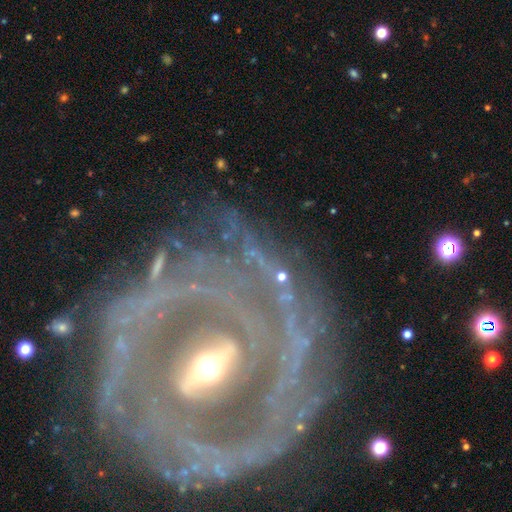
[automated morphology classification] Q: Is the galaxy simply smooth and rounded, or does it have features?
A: featured or disk — 89%.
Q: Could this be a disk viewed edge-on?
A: no — 96%.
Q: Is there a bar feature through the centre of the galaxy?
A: strong — 44%.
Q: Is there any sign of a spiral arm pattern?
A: yes — 91%.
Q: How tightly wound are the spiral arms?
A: tight — 70%.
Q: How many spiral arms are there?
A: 2 — 32%.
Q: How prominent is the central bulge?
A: moderate — 59%.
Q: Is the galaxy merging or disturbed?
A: none — 75%.